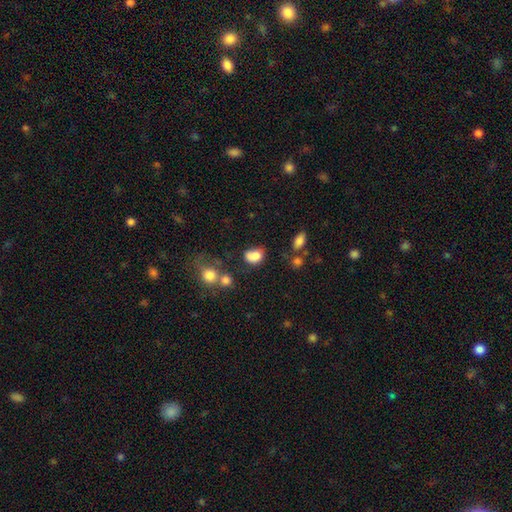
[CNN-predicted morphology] smooth-or-featured: smooth: 80% | star or artifact: 11% | featured or disk: 9%
  how-rounded: in between: 70% | round: 29% | cigar-shaped: 1%
  merging: none: 42% | minor disturbance: 27% | merger: 19% | major disturbance: 12%